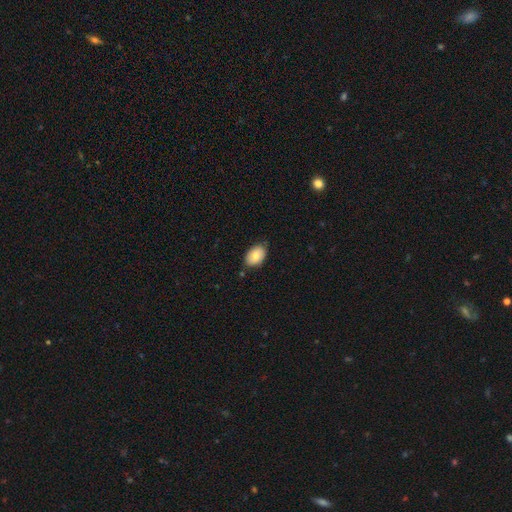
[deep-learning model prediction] Smooth or featured? smooth (80%)
How rounded? in between (89%)
Merging? none (79%)